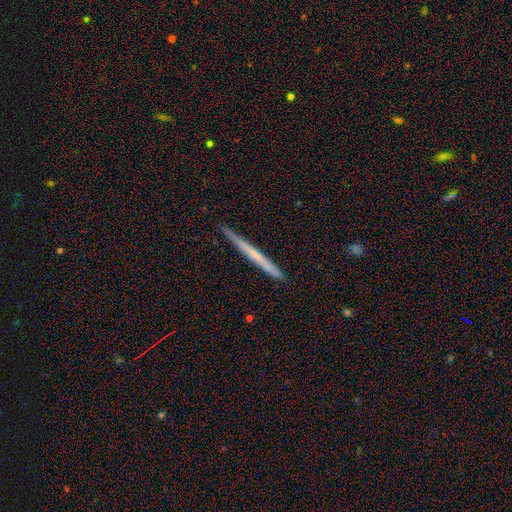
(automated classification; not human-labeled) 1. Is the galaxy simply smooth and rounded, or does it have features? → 48% smooth, 47% featured or disk, 6% star or artifact.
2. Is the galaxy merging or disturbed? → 91% none, 7% minor disturbance, 1% major disturbance, 1% merger.